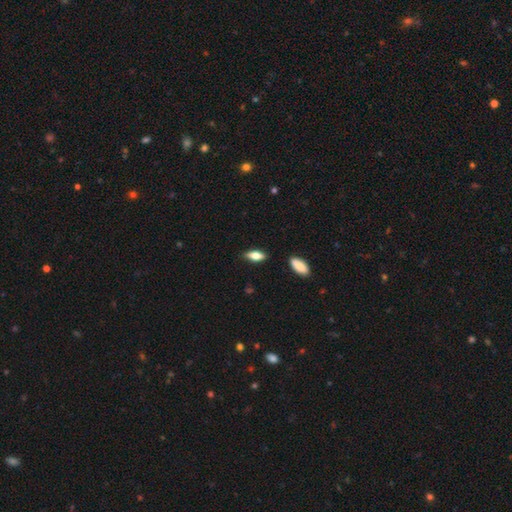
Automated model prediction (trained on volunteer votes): smooth_or_featured: smooth (p=0.67) [alt: featured or disk p=0.26]
how_rounded: in between (p=0.72) [alt: cigar-shaped p=0.25]
merging: none (p=0.83) [alt: minor disturbance p=0.12]